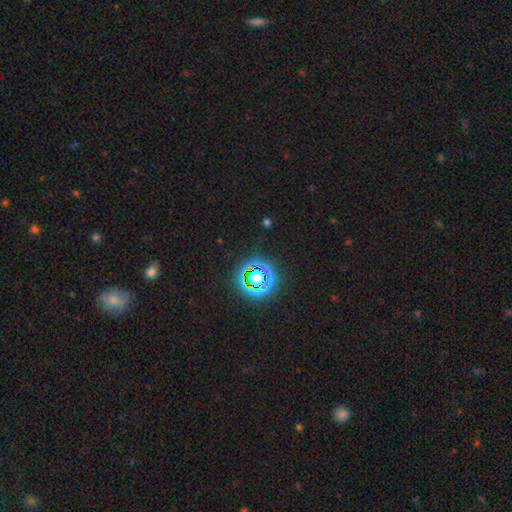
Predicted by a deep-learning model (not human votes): This appears to be a star or artifact, not a galaxy (76%).